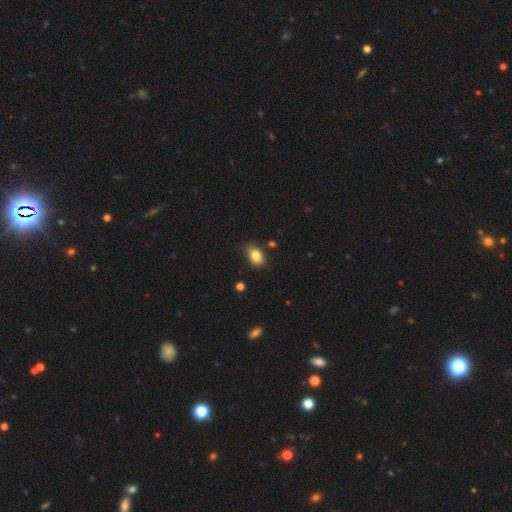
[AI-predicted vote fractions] Morphology: type=smooth (84%); roundness=in between (78%); merging=none (78%).